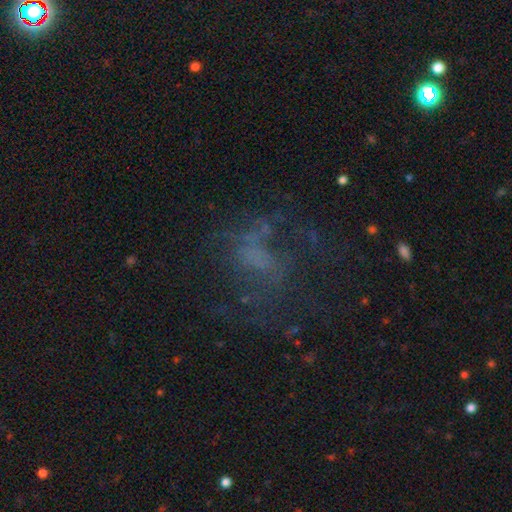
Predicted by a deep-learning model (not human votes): Smooth or featured? Predicted: featured or disk (p=0.45). Merging? Predicted: none (p=0.48).